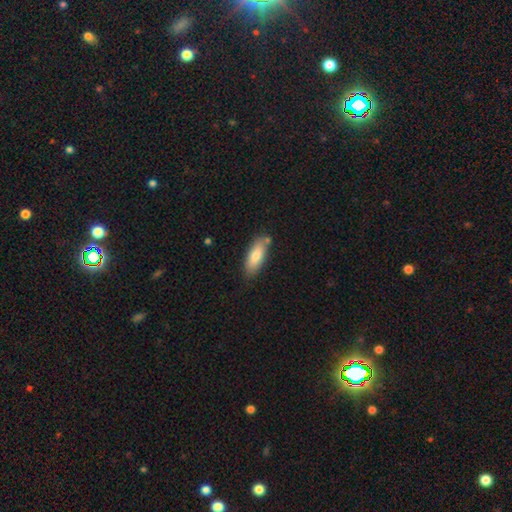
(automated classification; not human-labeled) Morphology: type=smooth (79%); roundness=in between (71%); merging=none (76%).